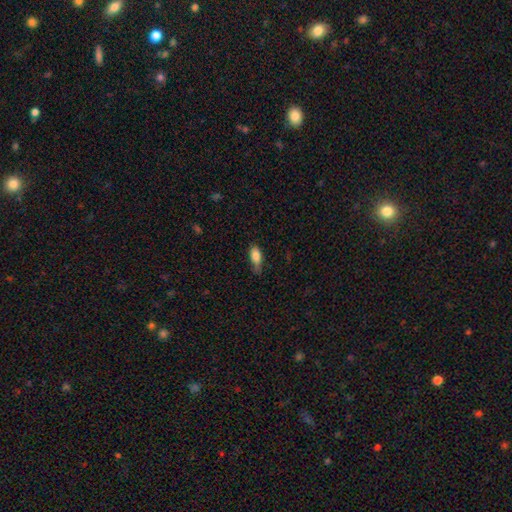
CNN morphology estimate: type=smooth (83%); roundness=in between (82%); merging=none (48%).